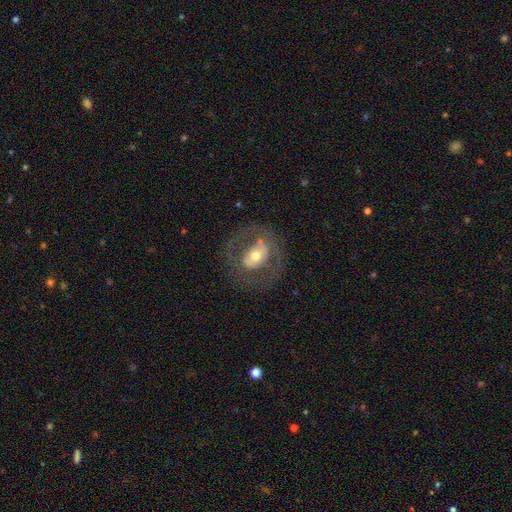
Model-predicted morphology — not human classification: This appears to be a featured or disk galaxy (59%) with no bar (55%), no spiral arms (70%) and a moderate central bulge (69%). Merging: none (69%).